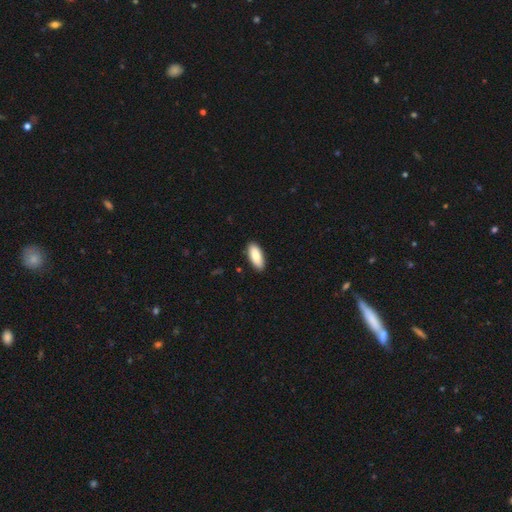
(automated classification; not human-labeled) This is clearly a smooth galaxy (86%). How rounded: clearly in between (82%). Merging: clearly none (89%).